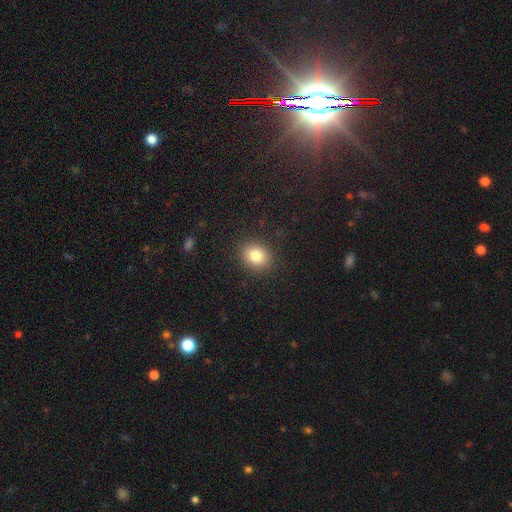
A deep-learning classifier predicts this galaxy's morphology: Smooth or featured? smooth (82%)
How rounded? round (59%)
Merging? none (89%)